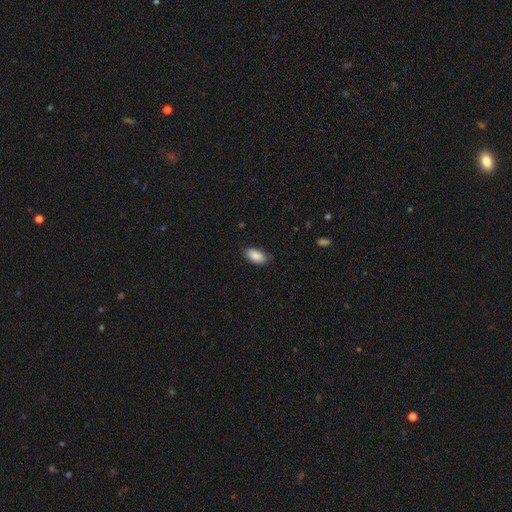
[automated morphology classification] Smooth or featured?
  - smooth: 89% *
  - star or artifact: 6%
  - featured or disk: 5%
How rounded?
  - in between: 92% *
  - cigar-shaped: 6%
  - round: 2%
Merging?
  - none: 81% *
  - minor disturbance: 15%
  - major disturbance: 3%
  - merger: 1%